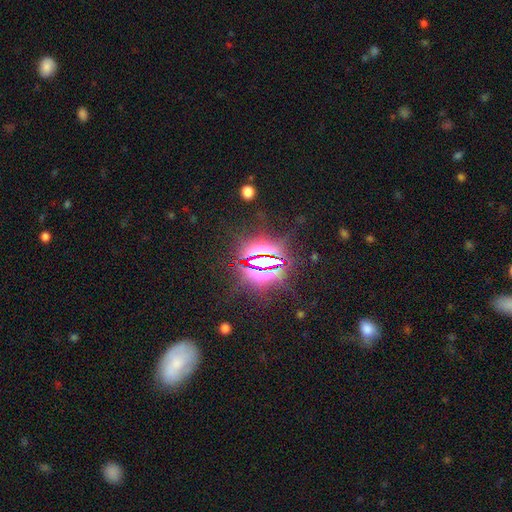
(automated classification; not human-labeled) Smooth or featured? Predicted: star or artifact (p=0.83).